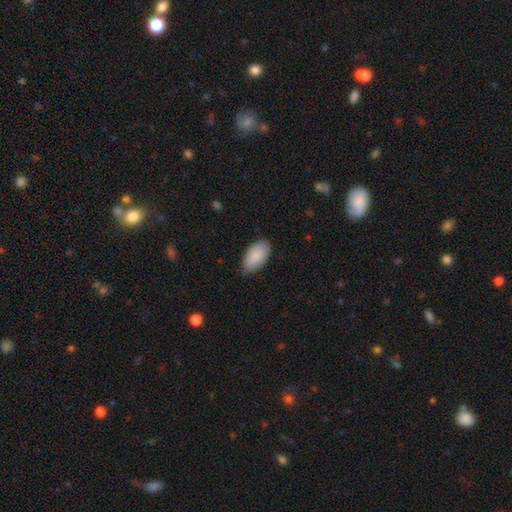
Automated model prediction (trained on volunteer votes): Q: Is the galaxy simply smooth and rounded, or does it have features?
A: smooth — 89%.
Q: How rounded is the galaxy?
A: in between — 95%.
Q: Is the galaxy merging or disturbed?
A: none — 76%.